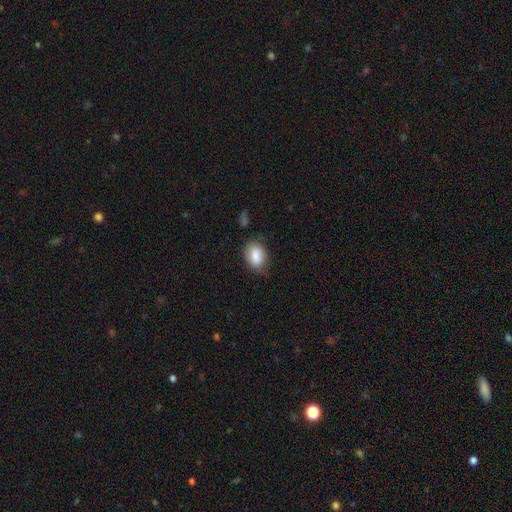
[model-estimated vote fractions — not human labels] Smooth or featured? Predicted: smooth (p=0.84). How rounded? Predicted: in between (p=0.80). Merging? Predicted: none (p=0.68).